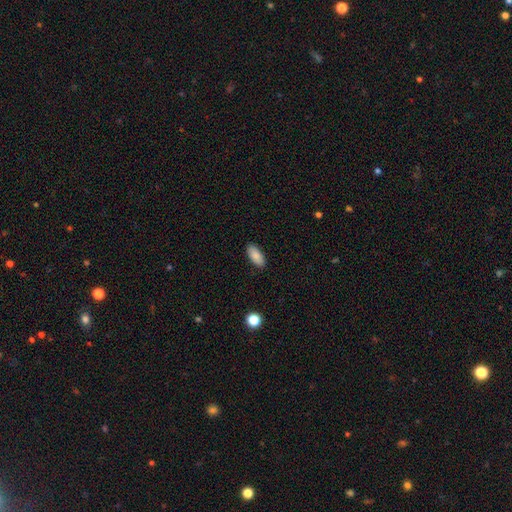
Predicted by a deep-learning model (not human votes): smooth_or_featured: smooth (p=0.88) [alt: star or artifact p=0.07]
how_rounded: in between (p=0.87) [alt: cigar-shaped p=0.11]
merging: none (p=0.89) [alt: minor disturbance p=0.08]